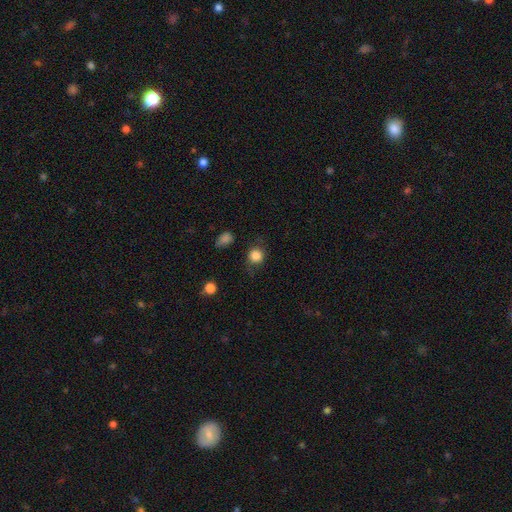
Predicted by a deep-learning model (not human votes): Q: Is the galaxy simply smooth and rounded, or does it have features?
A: smooth — 83%.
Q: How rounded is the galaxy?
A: round — 87%.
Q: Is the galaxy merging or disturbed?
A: none — 73%.